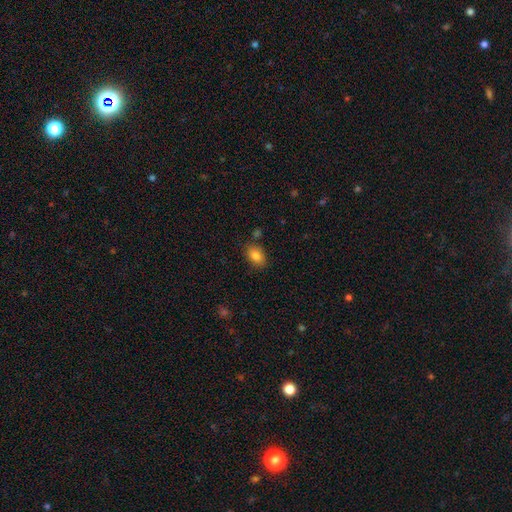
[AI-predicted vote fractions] Q: Smooth or featured?
A: smooth (85%); runner-up: star or artifact (9%)
Q: How rounded?
A: in between (83%); runner-up: round (16%)
Q: Merging?
A: none (79%); runner-up: minor disturbance (13%)